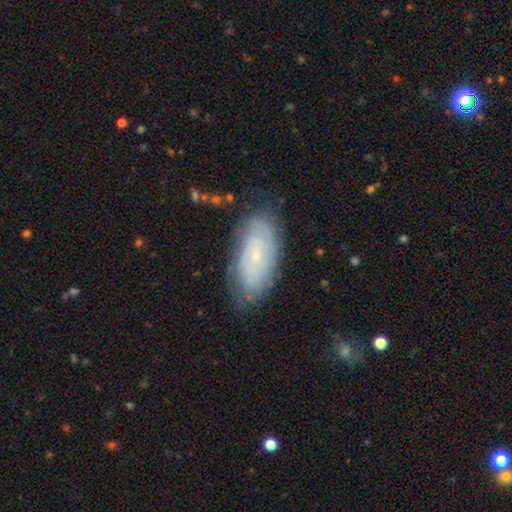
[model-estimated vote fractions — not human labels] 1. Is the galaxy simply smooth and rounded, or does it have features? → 58% featured or disk, 33% smooth, 9% star or artifact.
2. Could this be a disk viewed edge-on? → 91% no, 9% yes.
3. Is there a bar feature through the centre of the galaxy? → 68% no, 27% weak, 6% strong.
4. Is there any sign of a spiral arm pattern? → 83% yes, 17% no.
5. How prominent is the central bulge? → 82% small, 11% moderate, 5% none, 1% large, 1% dominant.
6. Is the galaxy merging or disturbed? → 74% none, 19% minor disturbance, 5% major disturbance, 2% merger.